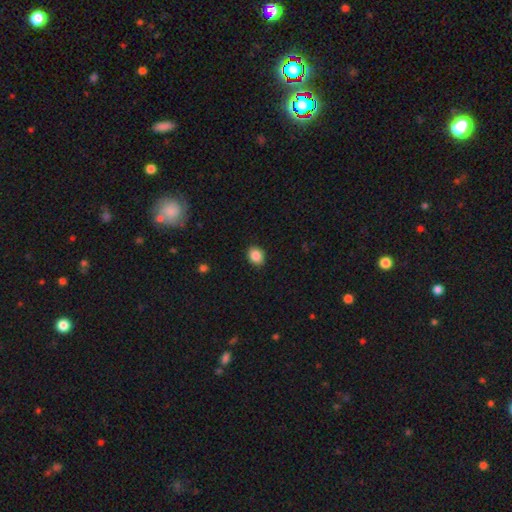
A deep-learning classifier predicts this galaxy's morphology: A smooth galaxy with no disk features (88%) that is round (55%).

Vote fractions:
- Smooth or featured? smooth: 88% / star or artifact: 9% / featured or disk: 3%
- How rounded? round: 55% / in between: 44% / cigar-shaped: 1%
- Merging? none: 89% / minor disturbance: 8% / major disturbance: 2% / merger: 1%